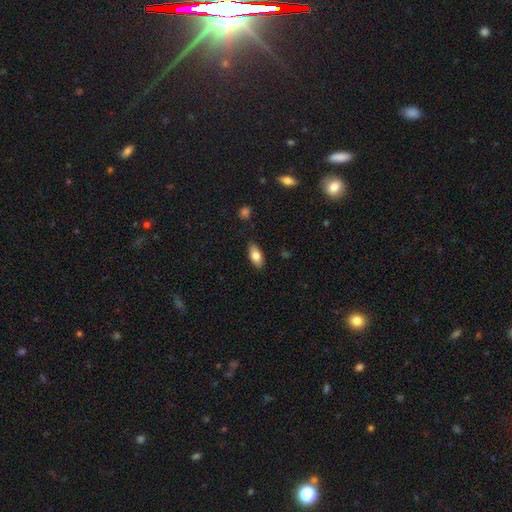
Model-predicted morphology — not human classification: Smooth or featured? Predicted: smooth (p=0.80). How rounded? Predicted: in between (p=0.89). Merging? Predicted: none (p=0.85).